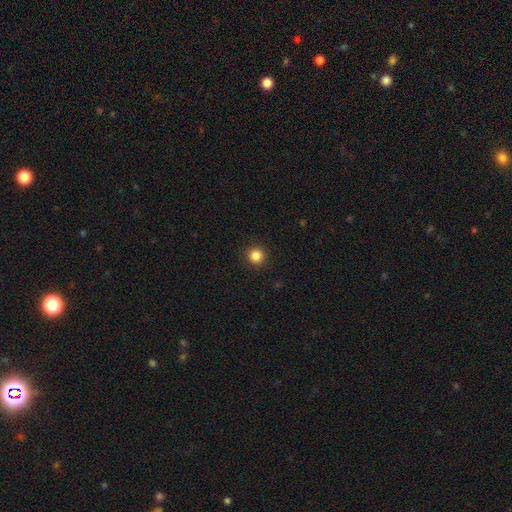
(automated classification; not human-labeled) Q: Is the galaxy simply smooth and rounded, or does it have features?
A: smooth — 85%.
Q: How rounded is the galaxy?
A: round — 95%.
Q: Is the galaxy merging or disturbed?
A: none — 93%.